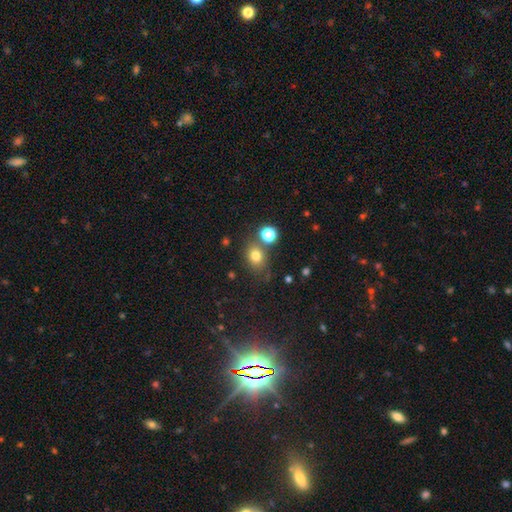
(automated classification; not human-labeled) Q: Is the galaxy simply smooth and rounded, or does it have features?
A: smooth — 75%.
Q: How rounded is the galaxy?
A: round — 60%.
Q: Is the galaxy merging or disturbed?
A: none — 66%.